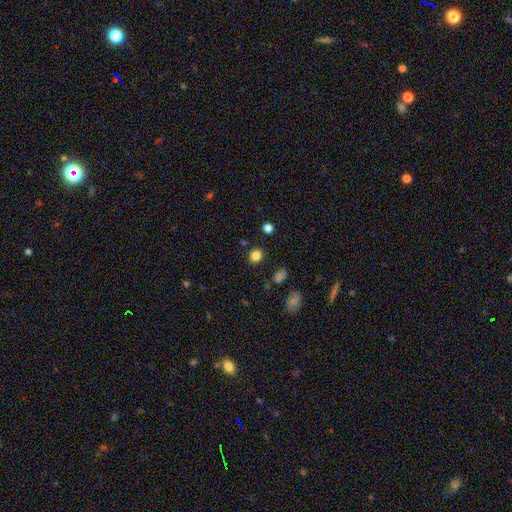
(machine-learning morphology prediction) This is clearly a smooth galaxy (82%). How rounded: likely round (79%). Merging: clearly none (88%).